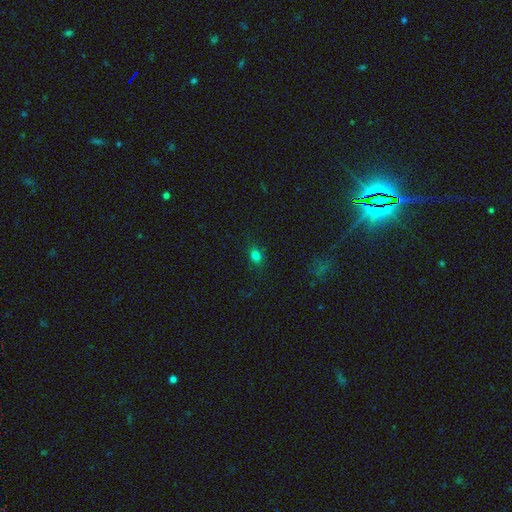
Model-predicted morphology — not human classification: A smooth galaxy with no disk features (79%) that is in between round and cigar-shaped (59%). Merging: none (84%).